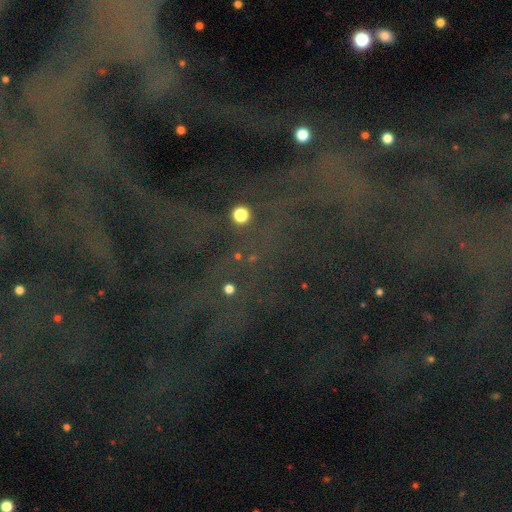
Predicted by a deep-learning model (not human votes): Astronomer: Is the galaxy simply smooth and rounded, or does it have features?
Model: star or artifact — 81%.